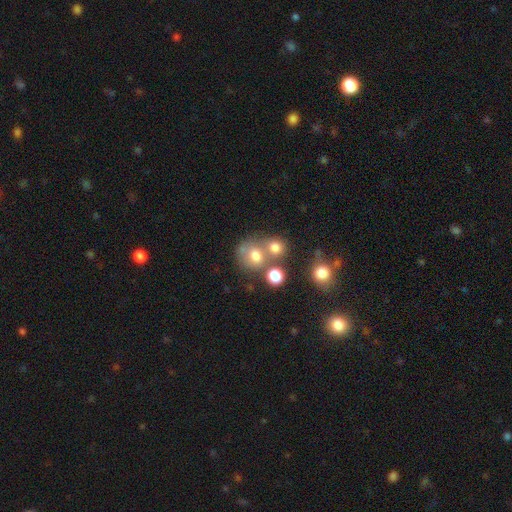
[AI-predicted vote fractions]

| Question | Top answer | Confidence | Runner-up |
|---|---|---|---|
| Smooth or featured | smooth | 70% | featured or disk (16%) |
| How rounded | round | 77% | in between (22%) |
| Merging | none | 43% | merger (39%) |